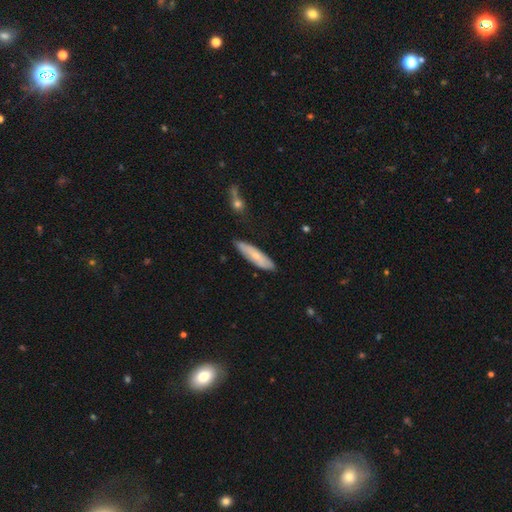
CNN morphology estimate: This appears to be a smooth galaxy with no disk features (65%) that is cigar-shaped (67%). Merging: none (80%).